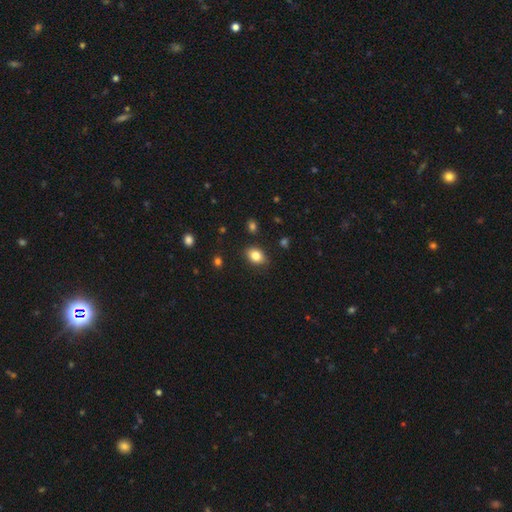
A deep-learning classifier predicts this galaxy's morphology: A smooth galaxy with no disk features (83%) that is in between round and cigar-shaped (75%).

Vote fractions:
- Smooth or featured? smooth: 83% / star or artifact: 9% / featured or disk: 8%
- How rounded? in between: 75% / round: 24% / cigar-shaped: 1%
- Merging? none: 84% / minor disturbance: 12% / major disturbance: 3% / merger: 2%